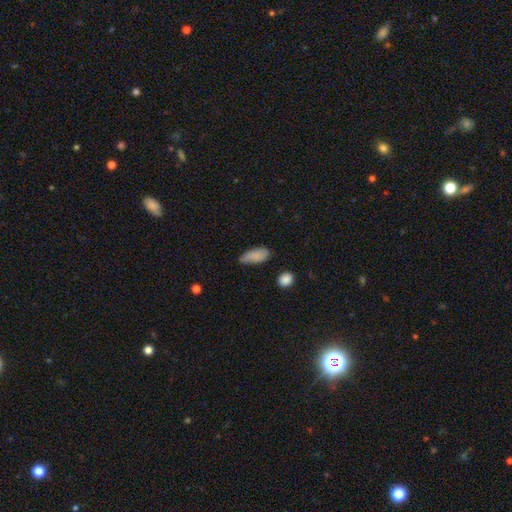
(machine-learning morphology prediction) This is likely a smooth galaxy (79%). How rounded: clearly in between (85%). Merging: possibly none (56%).